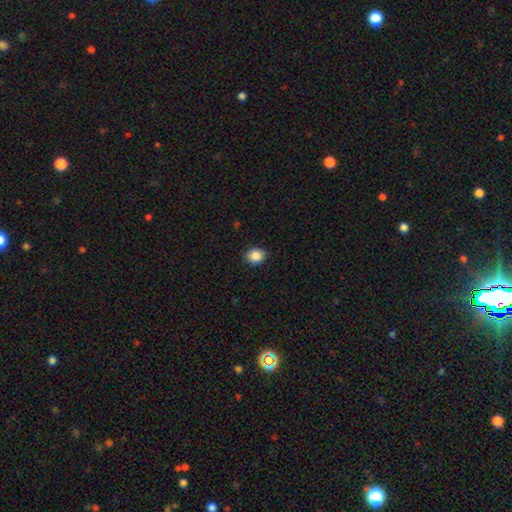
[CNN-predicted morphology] A smooth galaxy with no disk features (87%) that is round (67%). Merging: none (87%).